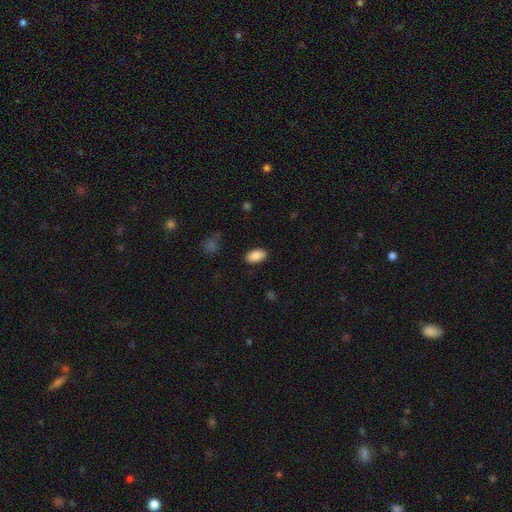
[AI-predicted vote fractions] This appears to be a smooth galaxy with no disk features (88%) that is in between round and cigar-shaped (94%). Merging: none (87%).